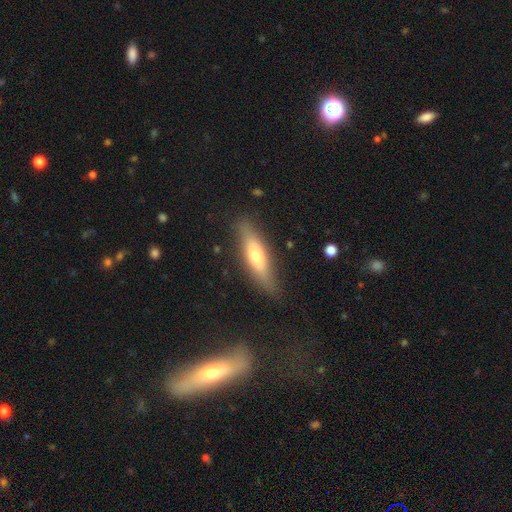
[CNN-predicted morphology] Smooth or featured: smooth — 49% (featured or disk — 44%)
Merging: none — 81% (minor disturbance — 14%)